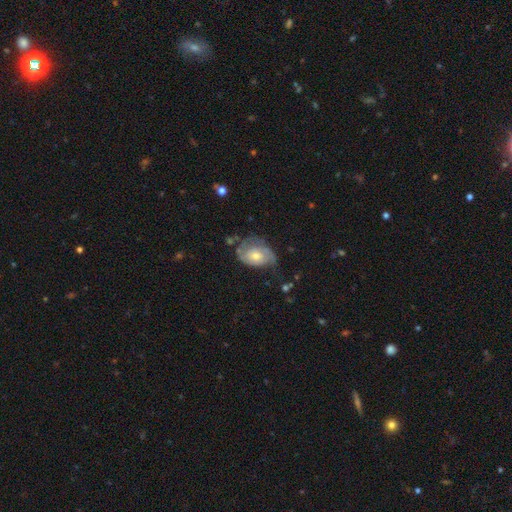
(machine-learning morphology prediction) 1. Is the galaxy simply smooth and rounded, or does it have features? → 65% featured or disk, 28% smooth, 6% star or artifact.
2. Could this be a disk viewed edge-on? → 96% no, 4% yes.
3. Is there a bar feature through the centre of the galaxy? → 77% no, 20% weak, 3% strong.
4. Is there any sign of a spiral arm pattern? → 82% yes, 18% no.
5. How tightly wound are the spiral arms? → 45% tight, 36% medium, 19% loose.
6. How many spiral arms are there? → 54% 2, 26% can't tell, 11% 1, 5% 3, 2% 4, 2% more than 4.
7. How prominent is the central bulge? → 52% moderate, 41% small, 4% large, 2% none, 1% dominant.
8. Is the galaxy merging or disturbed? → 49% none, 31% minor disturbance, 18% major disturbance, 3% merger.